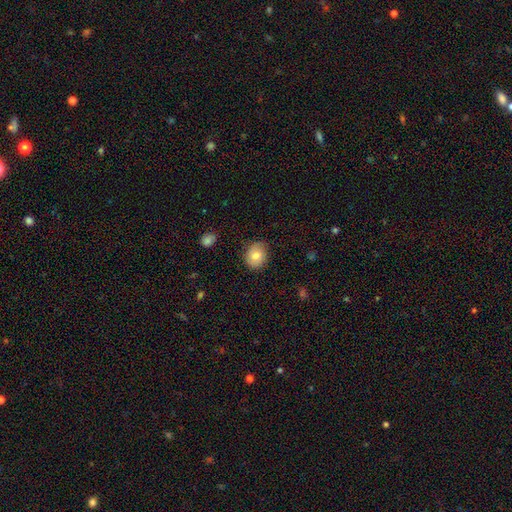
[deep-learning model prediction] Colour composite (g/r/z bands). It shows a smooth galaxy with no disk features (74%) that is round (60%). Merging: none (78%).